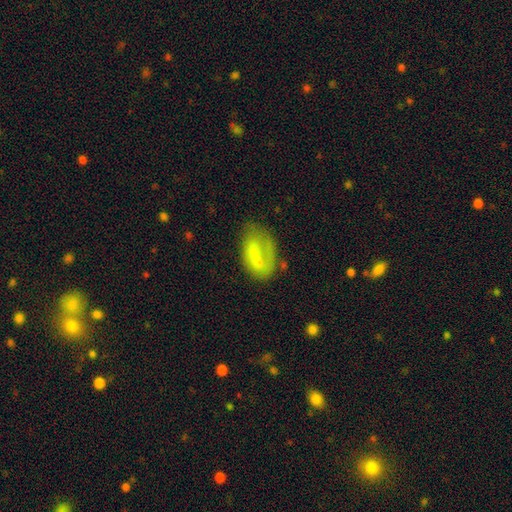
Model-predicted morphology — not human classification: Smooth or featured?
  - smooth: 58% *
  - featured or disk: 34%
  - star or artifact: 8%
How rounded?
  - in between: 84% *
  - cigar-shaped: 10%
  - round: 7%
Merging?
  - none: 45% *
  - minor disturbance: 26%
  - major disturbance: 25%
  - merger: 3%